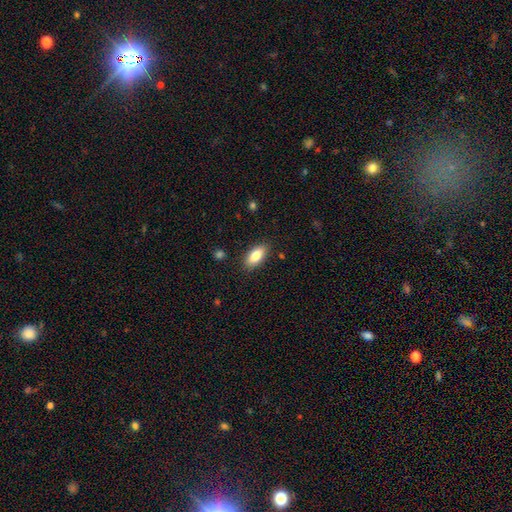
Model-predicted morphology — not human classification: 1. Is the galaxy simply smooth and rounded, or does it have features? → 83% smooth, 10% featured or disk, 7% star or artifact.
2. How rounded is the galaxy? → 88% in between, 10% cigar-shaped, 3% round.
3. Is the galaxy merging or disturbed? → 87% none, 10% minor disturbance, 2% major disturbance, 1% merger.